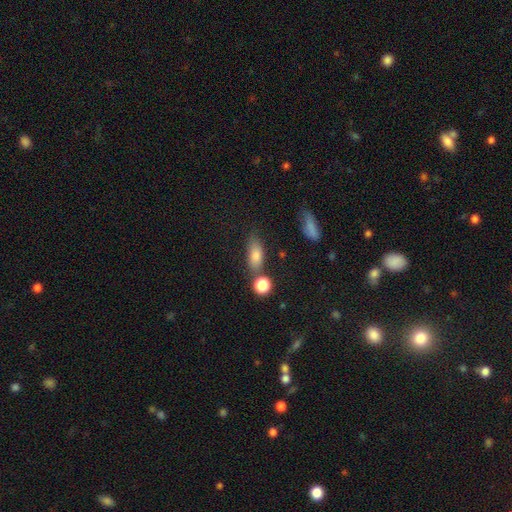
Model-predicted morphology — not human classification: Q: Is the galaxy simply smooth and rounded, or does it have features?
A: smooth — 78%.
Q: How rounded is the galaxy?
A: in between — 73%.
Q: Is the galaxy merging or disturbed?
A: none — 64%.